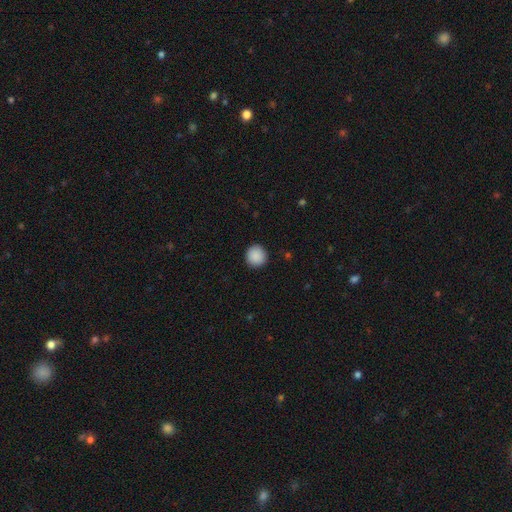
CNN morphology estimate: type=smooth (90%); roundness=round (94%); merging=none (92%).